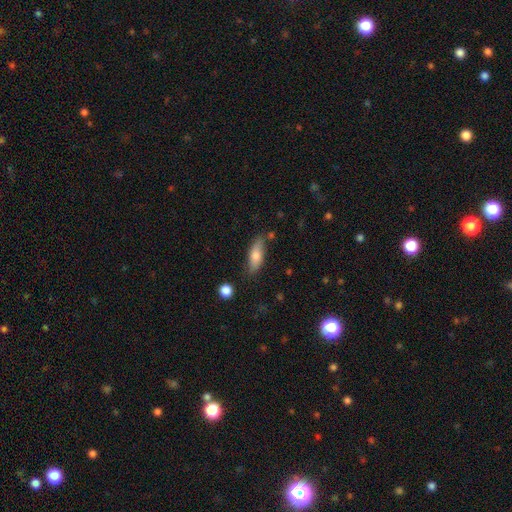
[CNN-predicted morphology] This appears to be a smooth galaxy with no disk features (74%) that is in between round and cigar-shaped (68%). Merging: none (76%).